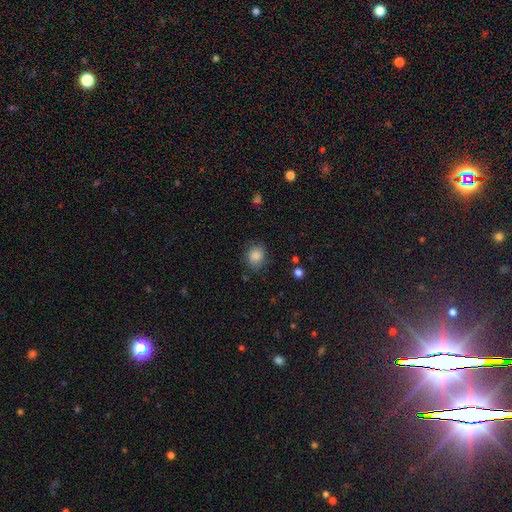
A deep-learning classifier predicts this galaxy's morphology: The model was most divided on "how rounded": round: 69%, in between: 30%, cigar-shaped: 1%. More confident: smooth or featured — smooth (86%); merging — none (75%).